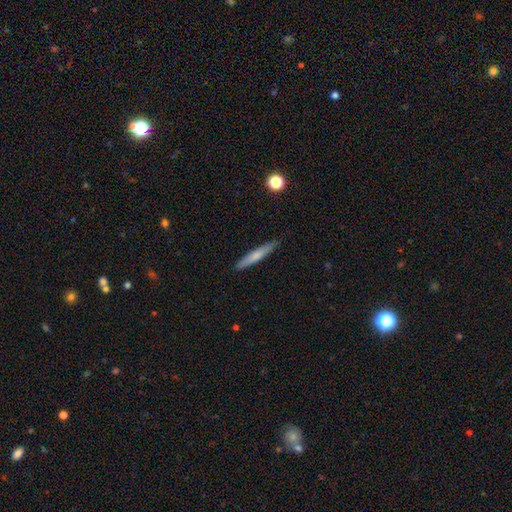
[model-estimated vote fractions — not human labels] A smooth galaxy with no disk features (63%) that is cigar-shaped (93%).

Vote fractions:
- Smooth or featured? smooth: 63% / featured or disk: 31% / star or artifact: 6%
- How rounded? cigar-shaped: 93% / in between: 6% / round: 1%
- Merging? none: 88% / minor disturbance: 9% / major disturbance: 2% / merger: 1%